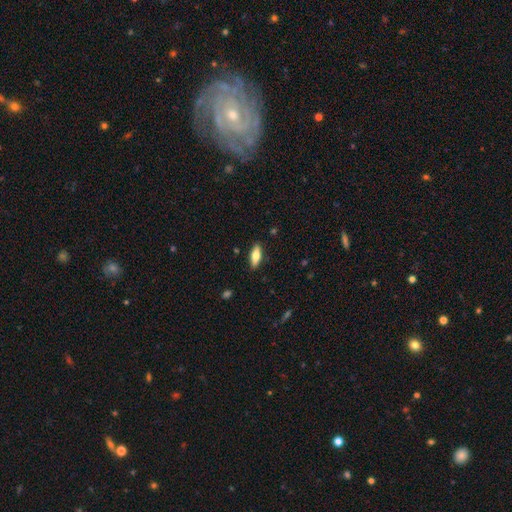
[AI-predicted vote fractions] smooth_or_featured: smooth (p=0.66) [alt: featured or disk p=0.28]
how_rounded: in between (p=0.64) [alt: cigar-shaped p=0.34]
merging: none (p=0.88) [alt: minor disturbance p=0.09]